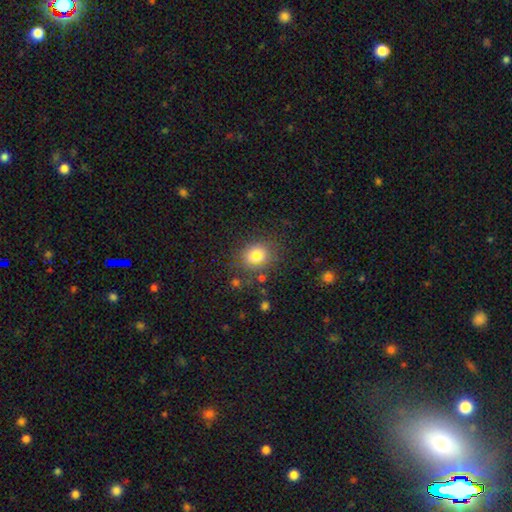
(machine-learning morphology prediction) Q: Smooth or featured?
A: smooth (81%); runner-up: star or artifact (11%)
Q: How rounded?
A: round (68%); runner-up: in between (31%)
Q: Merging?
A: none (78%); runner-up: minor disturbance (14%)